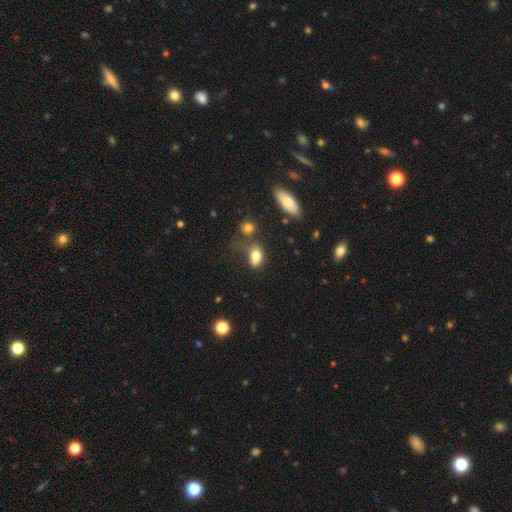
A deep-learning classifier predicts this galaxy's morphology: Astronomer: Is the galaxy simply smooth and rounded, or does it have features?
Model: smooth — 77%.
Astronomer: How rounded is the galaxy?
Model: in between — 83%.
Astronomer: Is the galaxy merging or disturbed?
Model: none — 41% (runner-up: minor disturbance, 24%).